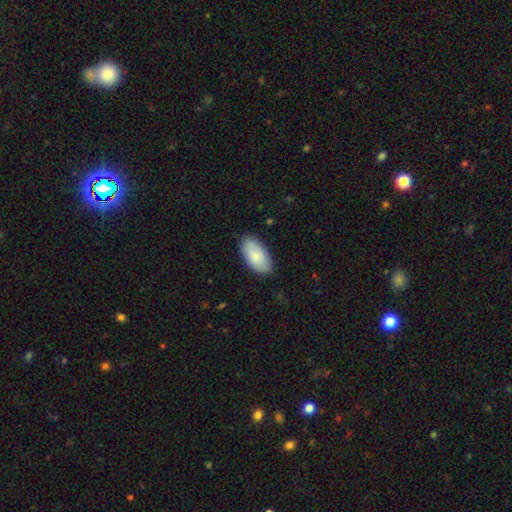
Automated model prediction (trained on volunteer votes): Smooth or featured?
  - smooth: 79% *
  - featured or disk: 15%
  - star or artifact: 6%
How rounded?
  - in between: 95% *
  - cigar-shaped: 3%
  - round: 2%
Merging?
  - none: 84% *
  - minor disturbance: 12%
  - major disturbance: 2%
  - merger: 1%